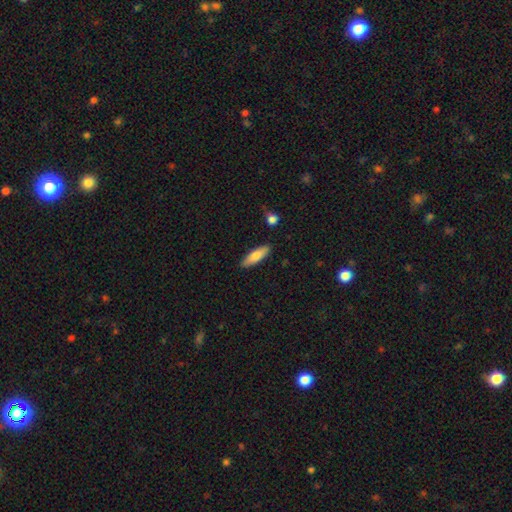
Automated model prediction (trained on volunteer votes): The model was most divided on "how rounded": cigar-shaped: 53%, in between: 45%, round: 2%. More confident: merging — none (87%); smooth or featured — smooth (77%).